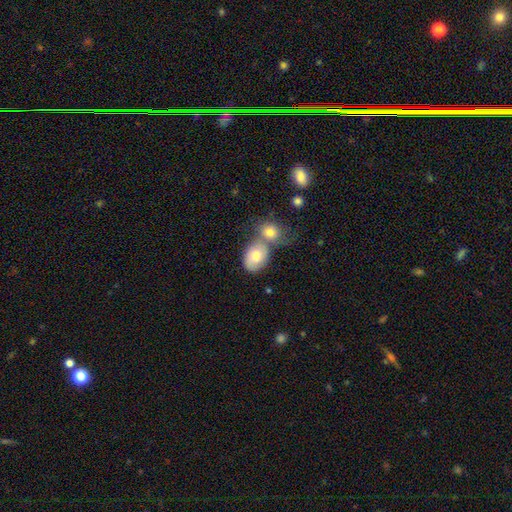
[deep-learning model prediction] Smooth or featured: smooth — 75% (featured or disk — 18%)
How rounded: in between — 71% (round — 28%)
Merging: merger — 51% (none — 32%)